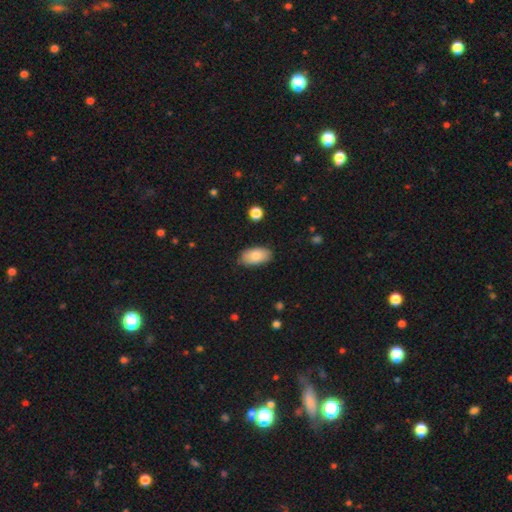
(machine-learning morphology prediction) Smooth or featured: smooth — 83% (featured or disk — 10%)
How rounded: in between — 94% (round — 3%)
Merging: none — 85% (minor disturbance — 12%)